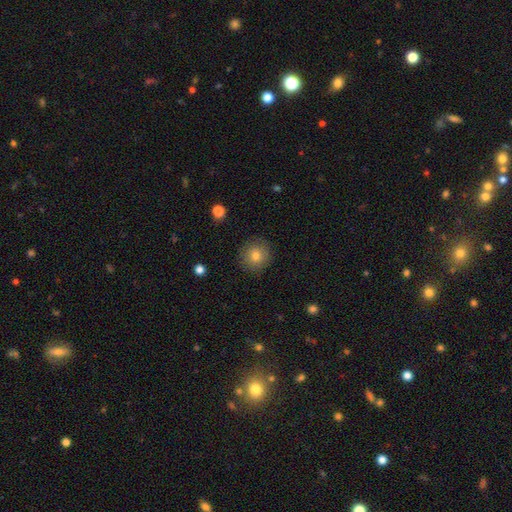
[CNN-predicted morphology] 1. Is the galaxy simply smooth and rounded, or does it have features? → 80% smooth, 10% featured or disk, 10% star or artifact.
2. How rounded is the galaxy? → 92% round, 7% in between, 1% cigar-shaped.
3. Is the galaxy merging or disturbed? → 88% none, 8% minor disturbance, 3% major disturbance, 1% merger.